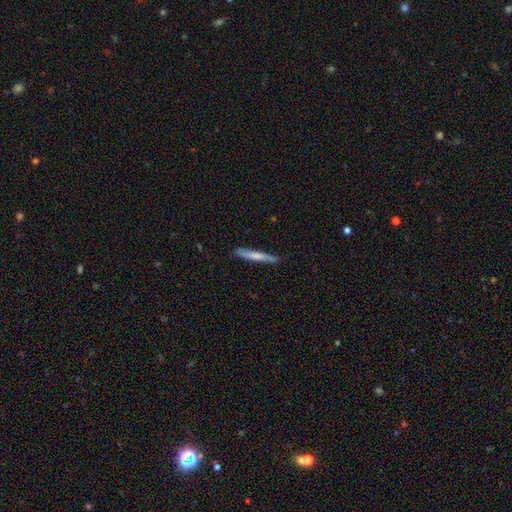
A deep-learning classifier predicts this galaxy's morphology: Smooth or featured? Predicted: smooth (p=0.65). How rounded? Predicted: cigar-shaped (p=0.94). Merging? Predicted: none (p=0.82).